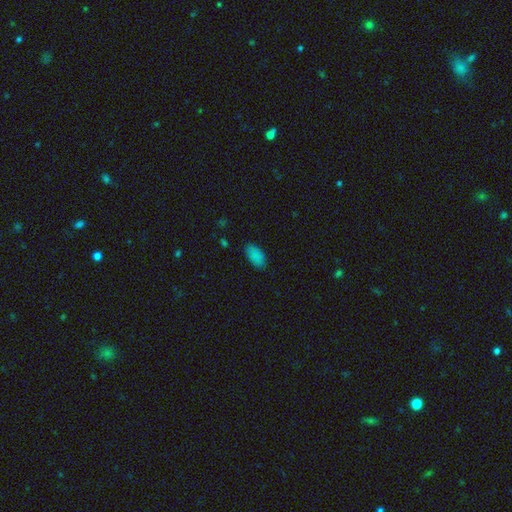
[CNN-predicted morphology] A smooth galaxy with no disk features (87%) that is in between round and cigar-shaped (93%). Merging: none (84%).